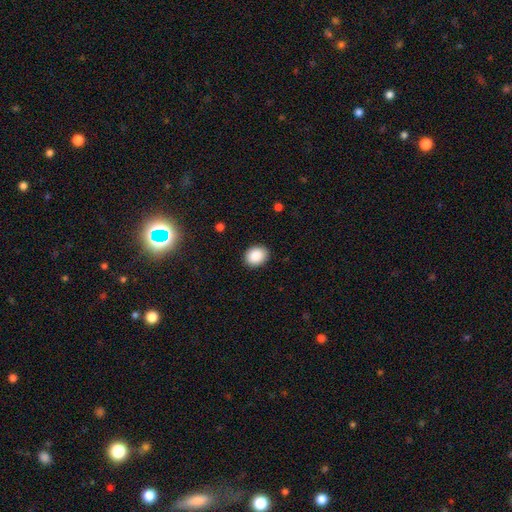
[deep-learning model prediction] Overall: smooth (89%). How rounded: in between (53%; round 46%). Merging: none (90%).